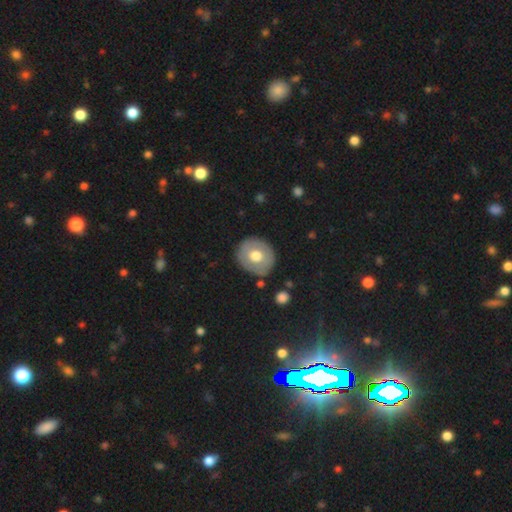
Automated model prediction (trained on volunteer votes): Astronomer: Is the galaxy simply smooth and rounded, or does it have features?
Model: smooth — 61%.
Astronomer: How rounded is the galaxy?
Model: round — 78%.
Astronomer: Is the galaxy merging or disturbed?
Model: none — 84%.